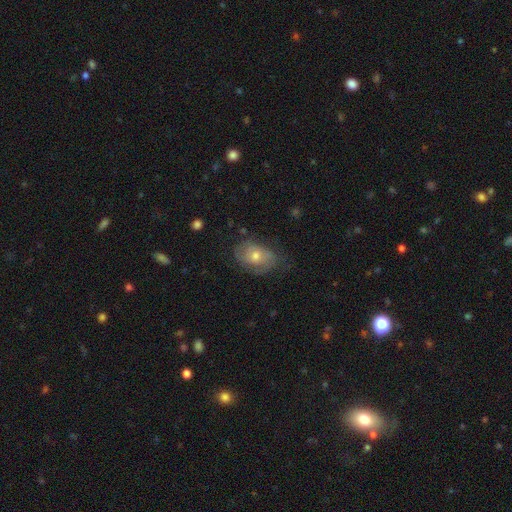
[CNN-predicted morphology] Smooth or featured? smooth (47%)
Merging? none (57%)